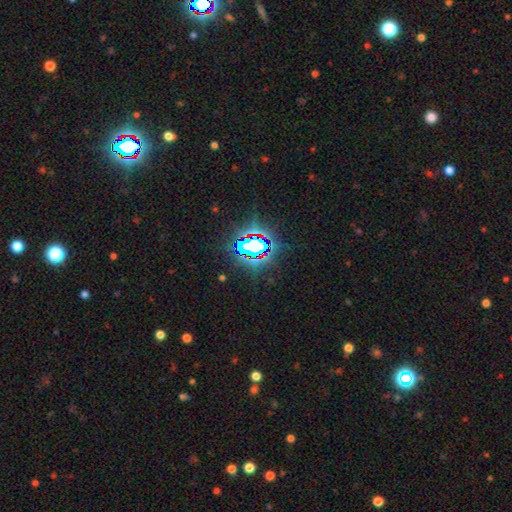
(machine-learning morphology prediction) smooth-or-featured: star or artifact: 83% | smooth: 10% | featured or disk: 7%